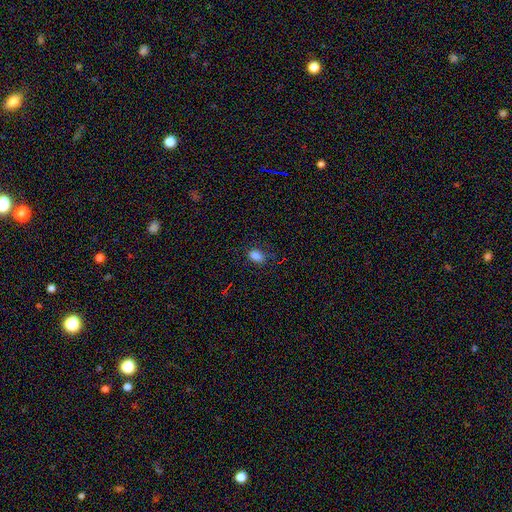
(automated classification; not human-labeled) smooth_or_featured: smooth (p=0.82) [alt: star or artifact p=0.13]
how_rounded: in between (p=0.83) [alt: round p=0.14]
merging: none (p=0.75) [alt: minor disturbance p=0.18]